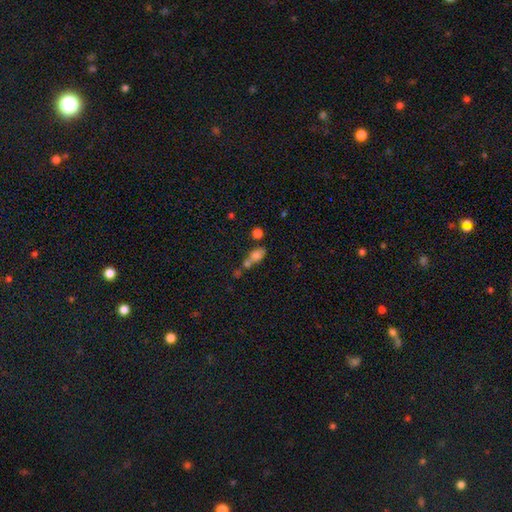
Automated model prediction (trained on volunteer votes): Q: Smooth or featured?
A: smooth (70%); runner-up: featured or disk (17%)
Q: How rounded?
A: in between (70%); runner-up: round (18%)
Q: Merging?
A: merger (48%); runner-up: none (31%)